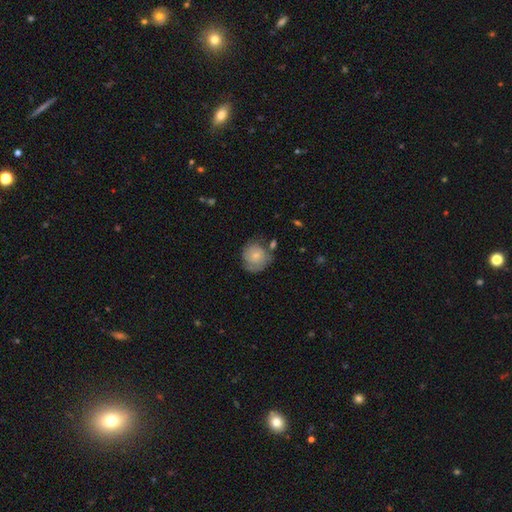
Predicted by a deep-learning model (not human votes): A smooth galaxy with no disk features (56%) that is round (83%). Merging: none (53%).